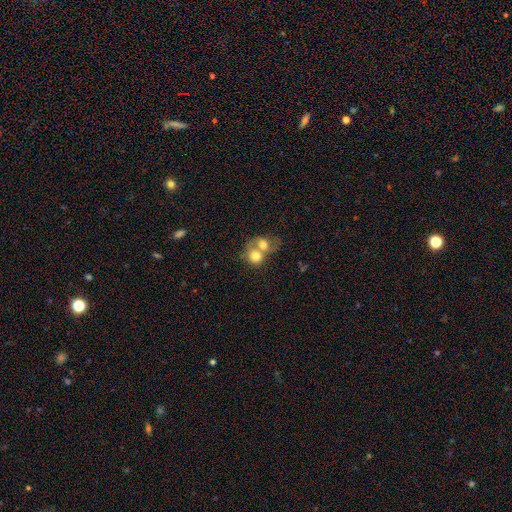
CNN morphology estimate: Smooth or featured? Predicted: smooth (p=0.70). How rounded? Predicted: round (p=0.70). Merging? Predicted: merger (p=0.73).